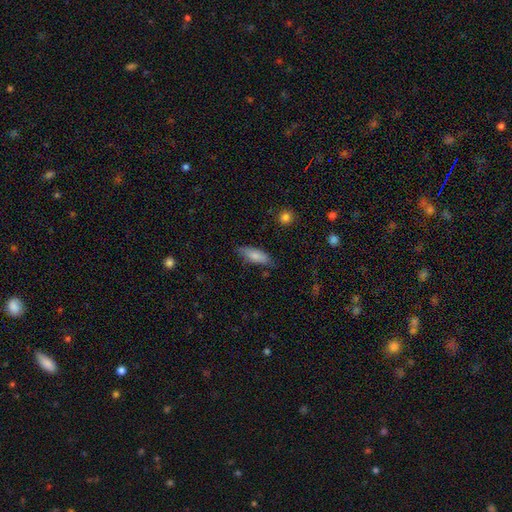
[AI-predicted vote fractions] This is likely a smooth galaxy (79%). How rounded: likely in between (67%). Merging: likely none (74%).